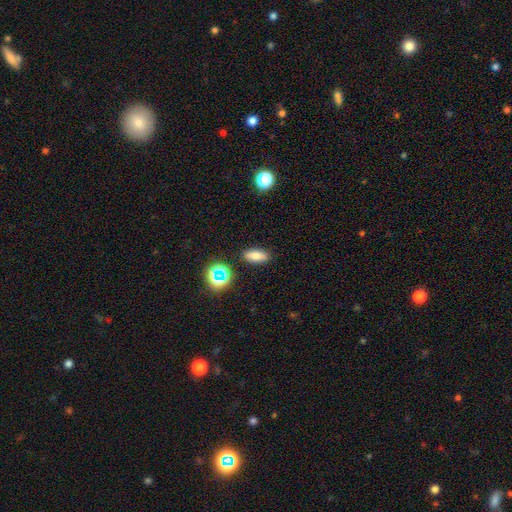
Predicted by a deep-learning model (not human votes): A smooth galaxy with no disk features (77%) that is in between round and cigar-shaped (76%). Merging: none (88%).